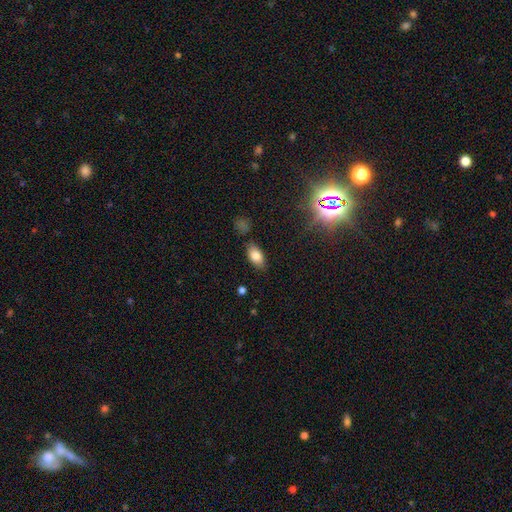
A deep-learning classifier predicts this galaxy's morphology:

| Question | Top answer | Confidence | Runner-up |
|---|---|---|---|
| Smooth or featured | smooth | 80% | featured or disk (10%) |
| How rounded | in between | 91% | round (5%) |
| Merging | none | 82% | minor disturbance (12%) |